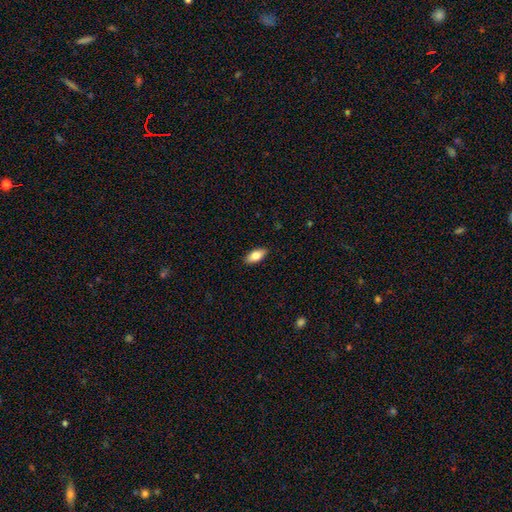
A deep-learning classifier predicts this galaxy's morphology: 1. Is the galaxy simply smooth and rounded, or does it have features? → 79% smooth, 14% featured or disk, 6% star or artifact.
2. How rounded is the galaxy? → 87% in between, 10% cigar-shaped, 3% round.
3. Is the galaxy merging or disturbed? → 89% none, 8% minor disturbance, 2% major disturbance, 1% merger.